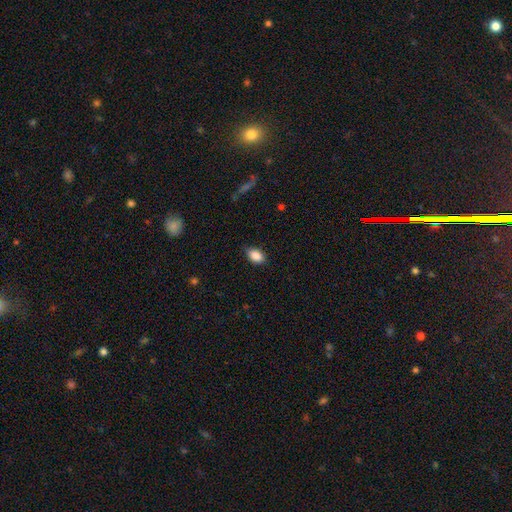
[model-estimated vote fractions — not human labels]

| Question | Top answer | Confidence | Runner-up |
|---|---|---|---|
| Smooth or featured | smooth | 88% | star or artifact (8%) |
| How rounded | in between | 87% | round (11%) |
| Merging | none | 84% | minor disturbance (13%) |